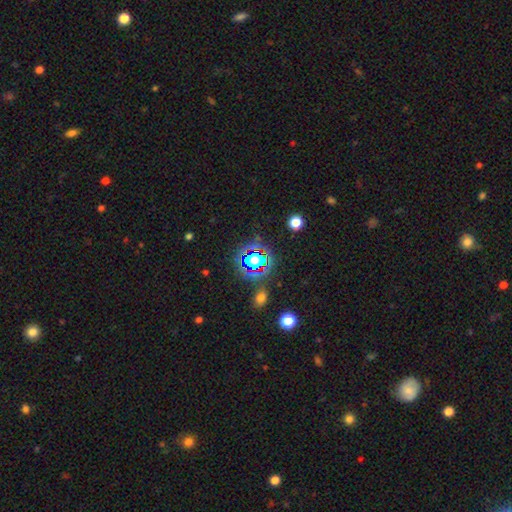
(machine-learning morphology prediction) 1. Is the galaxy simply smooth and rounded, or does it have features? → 63% star or artifact, 26% smooth, 11% featured or disk.